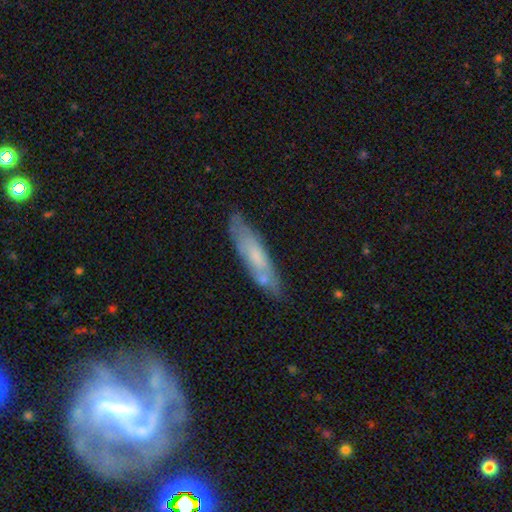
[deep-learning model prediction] smooth_or_featured: smooth (p=0.58) [alt: featured or disk p=0.36]
how_rounded: cigar-shaped (p=0.76) [alt: in between p=0.22]
merging: none (p=0.70) [alt: minor disturbance p=0.20]